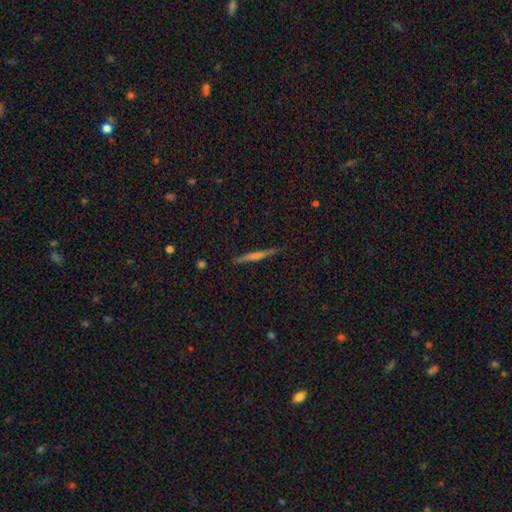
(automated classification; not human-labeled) This is likely a featured or disk galaxy (62%). It is clearly viewed edge-on (95%). Edge-on bulge: likely rounded (61%). Merging: clearly none (89%).